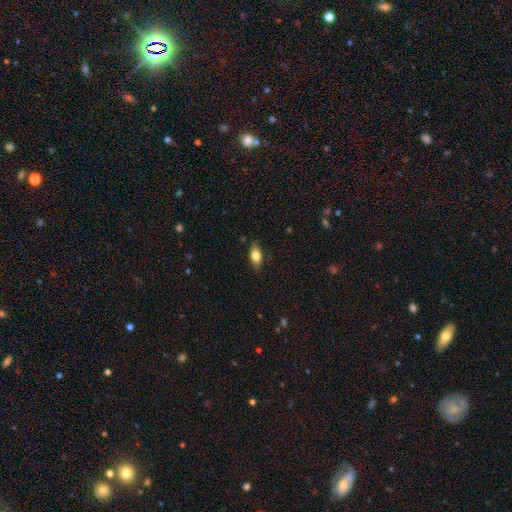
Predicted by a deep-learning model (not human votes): A smooth galaxy with no disk features (75%) that is in between round and cigar-shaped (84%).

Vote fractions:
- Smooth or featured? smooth: 75% / featured or disk: 18% / star or artifact: 7%
- How rounded? in between: 84% / cigar-shaped: 10% / round: 6%
- Merging? none: 82% / minor disturbance: 14% / major disturbance: 3% / merger: 1%